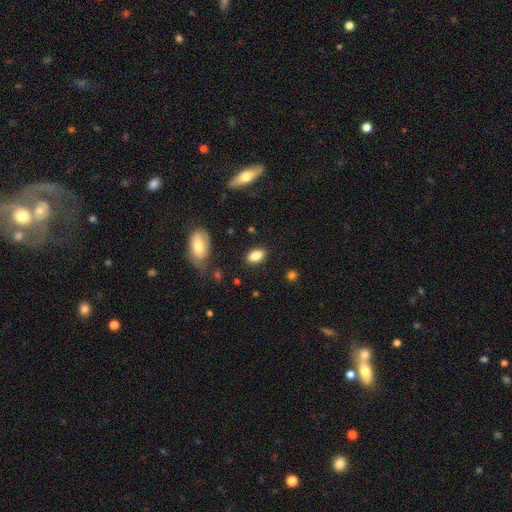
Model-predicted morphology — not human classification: smooth 84%, star or artifact 8%, featured or disk 8%. Down the decision tree: how rounded — in between (88%); merging — none (85%).